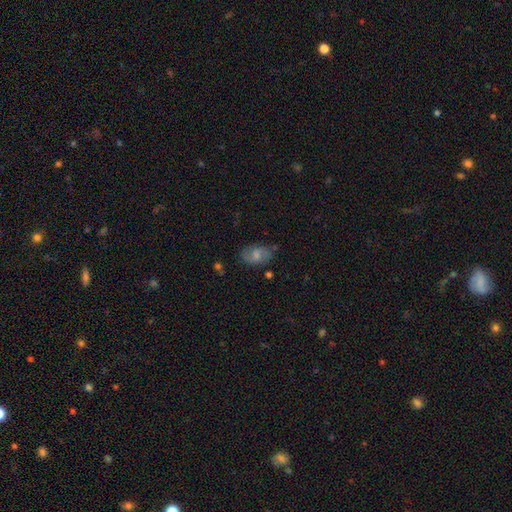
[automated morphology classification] This appears to be a featured or disk galaxy (44%). Merging: none (75%).